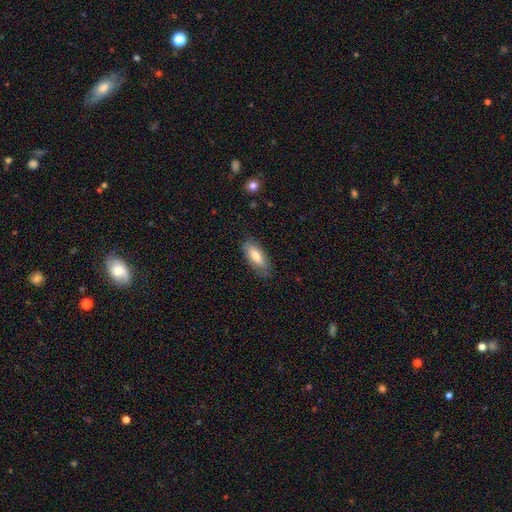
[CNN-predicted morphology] Q: Smooth or featured?
A: smooth (79%); runner-up: featured or disk (15%)
Q: How rounded?
A: in between (73%); runner-up: cigar-shaped (25%)
Q: Merging?
A: none (80%); runner-up: minor disturbance (15%)